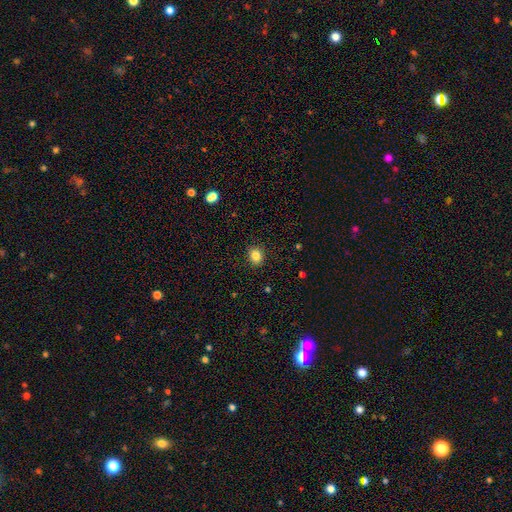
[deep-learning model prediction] smooth-or-featured: smooth: 83% | star or artifact: 11% | featured or disk: 6%
  how-rounded: round: 56% | in between: 43% | cigar-shaped: 1%
  merging: none: 89% | minor disturbance: 8% | major disturbance: 2% | merger: 1%